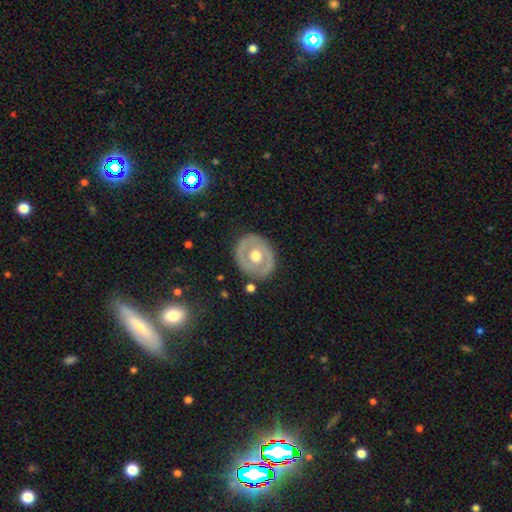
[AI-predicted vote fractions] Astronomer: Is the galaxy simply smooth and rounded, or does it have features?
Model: featured or disk — 61%.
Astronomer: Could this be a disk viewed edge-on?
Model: no — 94%.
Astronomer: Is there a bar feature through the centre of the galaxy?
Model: no — 83%.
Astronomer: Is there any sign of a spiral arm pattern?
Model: no — 80%.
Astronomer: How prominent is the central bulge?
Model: moderate — 73%.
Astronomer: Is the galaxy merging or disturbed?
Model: none — 82%.